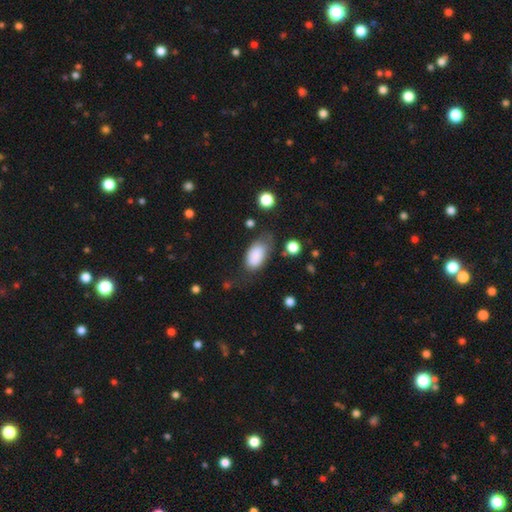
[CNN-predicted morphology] Overall: smooth (85%). How rounded: in between (93%). Merging: none (55%; minor disturbance 28%).